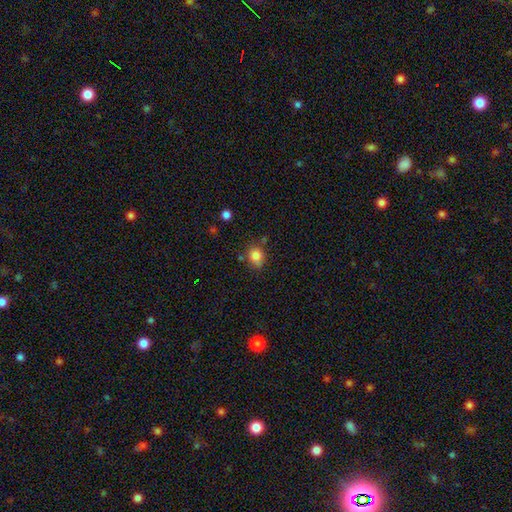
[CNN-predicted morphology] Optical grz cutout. It shows a smooth galaxy with no disk features (83%) that is round (68%). Merging: none (65%).